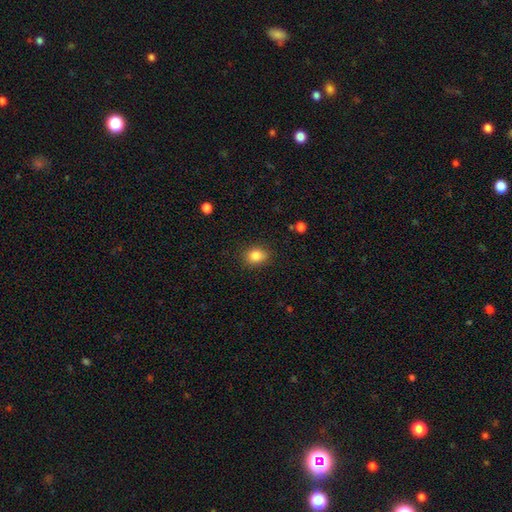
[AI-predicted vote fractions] Smooth or featured: smooth — 84% (star or artifact — 10%)
How rounded: in between — 50% (round — 49%)
Merging: none — 85% (minor disturbance — 11%)